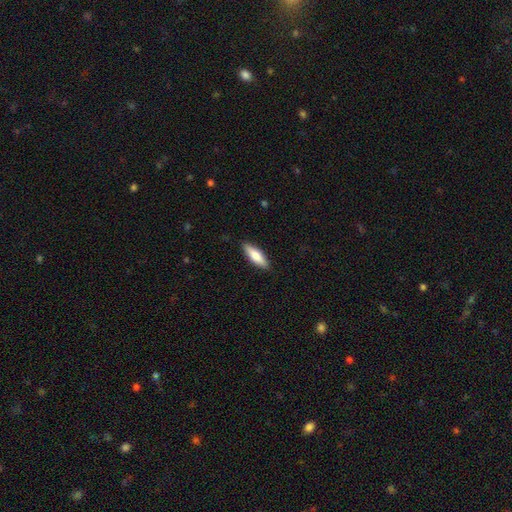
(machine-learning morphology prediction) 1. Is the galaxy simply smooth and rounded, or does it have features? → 78% smooth, 17% featured or disk, 5% star or artifact.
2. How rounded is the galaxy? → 54% in between, 44% cigar-shaped, 2% round.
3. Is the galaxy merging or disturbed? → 88% none, 10% minor disturbance, 2% major disturbance, 1% merger.